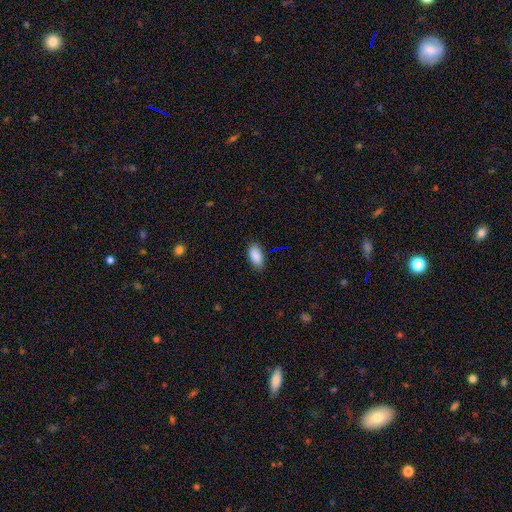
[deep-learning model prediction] smooth-or-featured: smooth: 89% | star or artifact: 7% | featured or disk: 4%
  how-rounded: in between: 93% | cigar-shaped: 3% | round: 3%
  merging: none: 83% | minor disturbance: 13% | major disturbance: 3% | merger: 1%